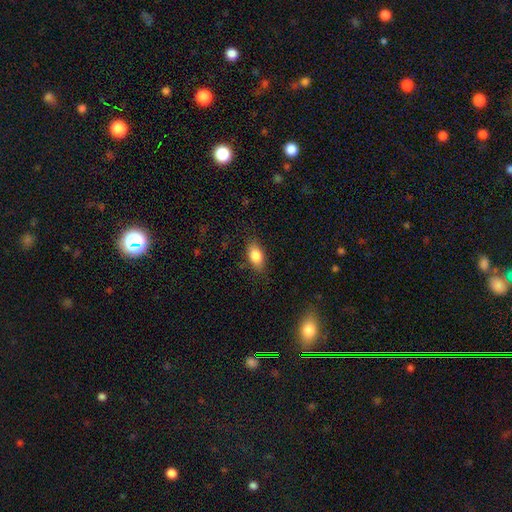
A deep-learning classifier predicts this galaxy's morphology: A smooth galaxy with no disk features (83%) that is in between round and cigar-shaped (88%). Merging: none (82%).